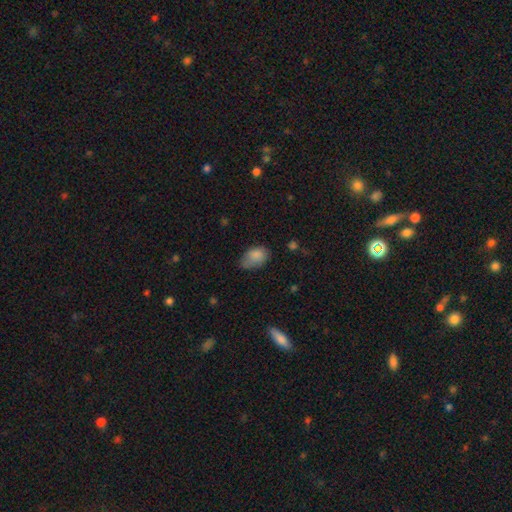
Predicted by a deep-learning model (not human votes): Smooth or featured?
  - smooth: 84% *
  - star or artifact: 8%
  - featured or disk: 8%
How rounded?
  - in between: 87% *
  - round: 11%
  - cigar-shaped: 1%
Merging?
  - none: 49% *
  - minor disturbance: 38%
  - major disturbance: 11%
  - merger: 2%